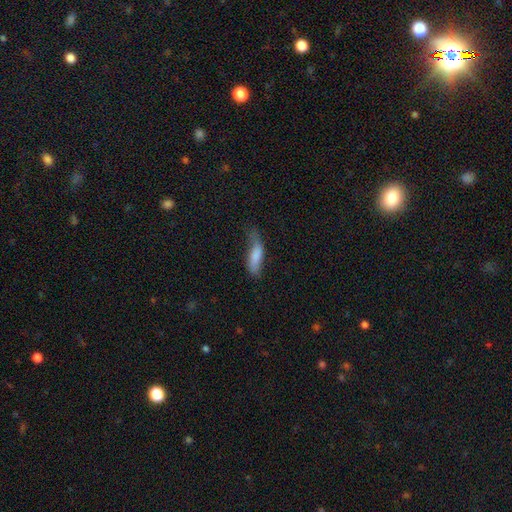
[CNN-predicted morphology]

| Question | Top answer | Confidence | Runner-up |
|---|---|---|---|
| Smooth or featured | smooth | 69% | featured or disk (25%) |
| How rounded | cigar-shaped | 50% | in between (47%) |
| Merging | none | 39% | minor disturbance (37%) |